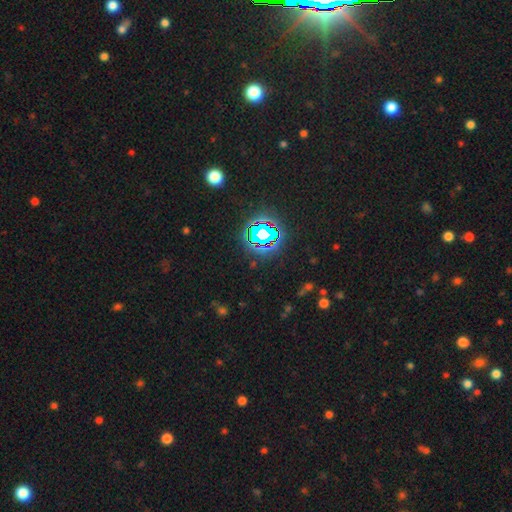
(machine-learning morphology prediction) Smooth or featured? Predicted: star or artifact (p=0.82).